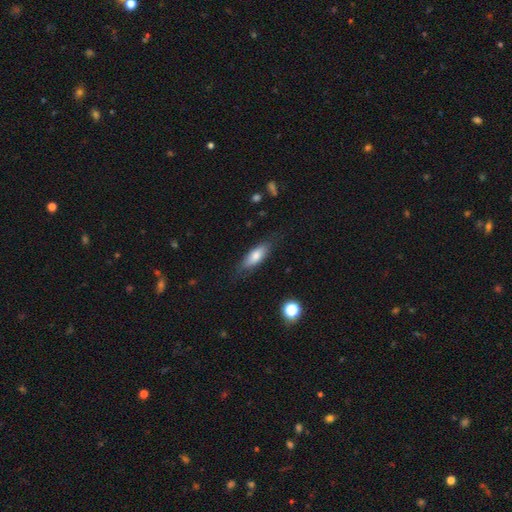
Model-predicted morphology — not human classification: smooth_or_featured: smooth (p=0.75) [alt: featured or disk p=0.19]
how_rounded: in between (p=0.66) [alt: cigar-shaped p=0.31]
merging: none (p=0.76) [alt: minor disturbance p=0.18]